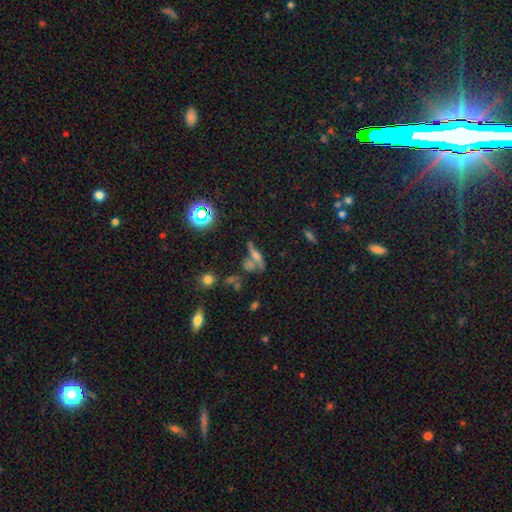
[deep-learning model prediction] Q: Smooth or featured?
A: featured or disk (43%); runner-up: smooth (35%)
Q: Merging?
A: merger (37%); runner-up: none (34%)